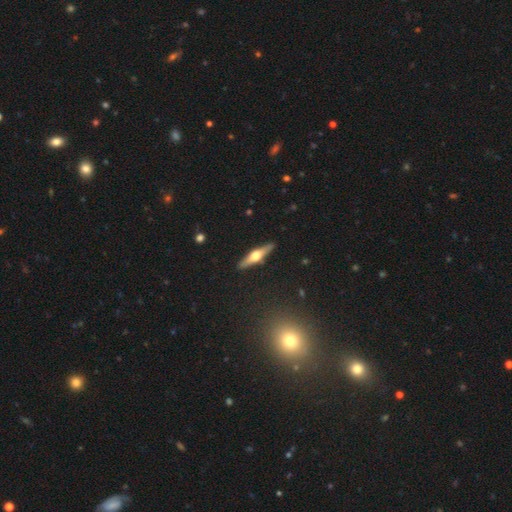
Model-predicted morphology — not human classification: This is likely a featured or disk galaxy (66%). It is clearly viewed edge-on (96%). Edge-on bulge: clearly rounded (95%). Merging: clearly none (91%).